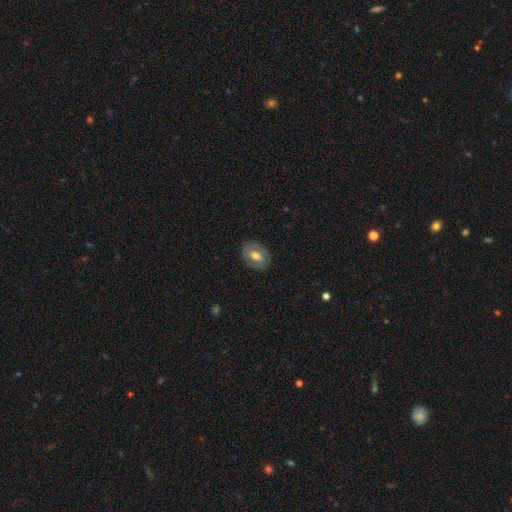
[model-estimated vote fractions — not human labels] A smooth galaxy with no disk features (49%). Merging: none (81%).